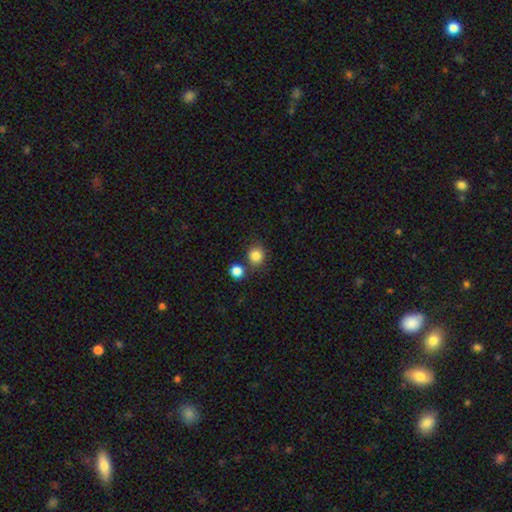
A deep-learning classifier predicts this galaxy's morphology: Smooth or featured? Predicted: smooth (p=0.85). How rounded? Predicted: round (p=0.87). Merging? Predicted: none (p=0.74).